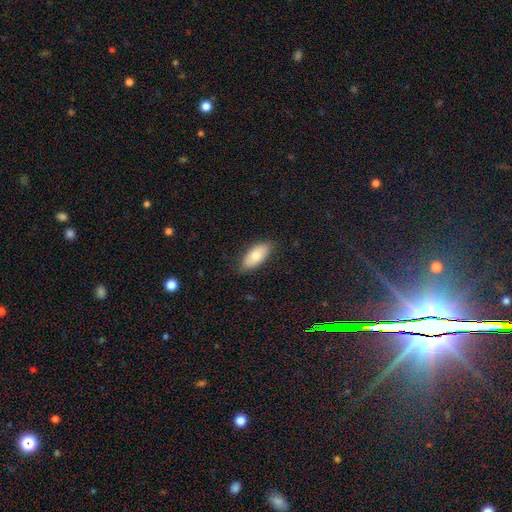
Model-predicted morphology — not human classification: A smooth galaxy with no disk features (76%) that is in between round and cigar-shaped (89%).

Vote fractions:
- Smooth or featured? smooth: 76% / featured or disk: 18% / star or artifact: 6%
- How rounded? in between: 89% / cigar-shaped: 9% / round: 2%
- Merging? none: 83% / minor disturbance: 14% / major disturbance: 2% / merger: 1%